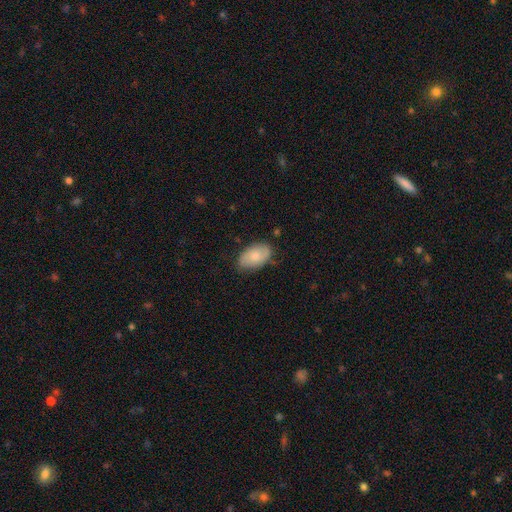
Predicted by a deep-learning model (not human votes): This is likely a smooth galaxy (70%). How rounded: clearly in between (94%). Merging: likely none (77%).